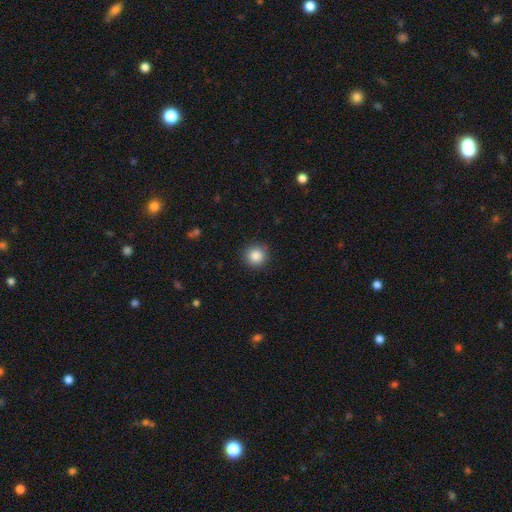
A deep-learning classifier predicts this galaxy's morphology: smooth_or_featured: smooth (p=0.87) [alt: star or artifact p=0.09]
how_rounded: round (p=0.94) [alt: in between p=0.05]
merging: none (p=0.91) [alt: minor disturbance p=0.06]